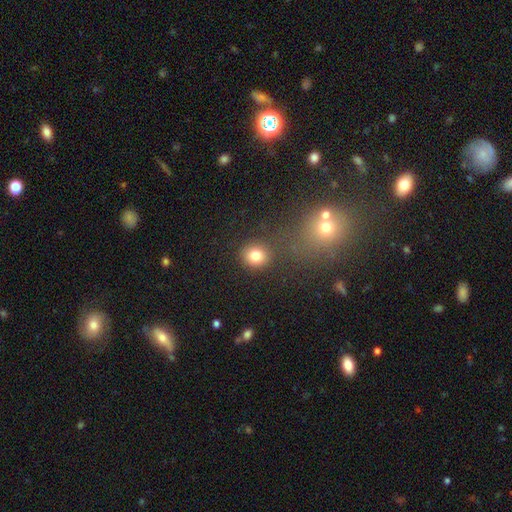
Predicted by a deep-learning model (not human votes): Overall: smooth (81%). How rounded: round (80%). Merging: none (82%).